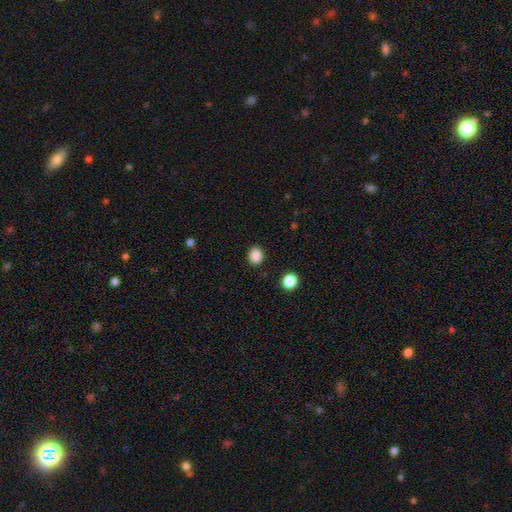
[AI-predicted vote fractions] Overall: smooth (87%). How rounded: round (65%; in between 34%). Merging: none (89%).